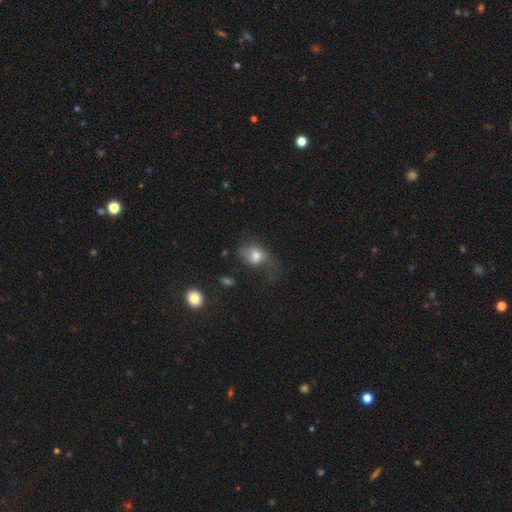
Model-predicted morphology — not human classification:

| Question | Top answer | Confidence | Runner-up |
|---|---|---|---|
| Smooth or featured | smooth | 65% | featured or disk (25%) |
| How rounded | in between | 68% | round (30%) |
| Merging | major disturbance | 41% | none (30%) |